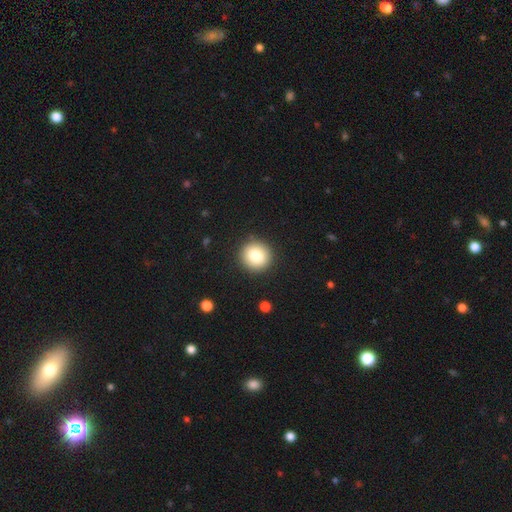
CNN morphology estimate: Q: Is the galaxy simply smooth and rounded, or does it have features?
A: smooth — 81%.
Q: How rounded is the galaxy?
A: round — 93%.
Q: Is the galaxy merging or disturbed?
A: none — 91%.